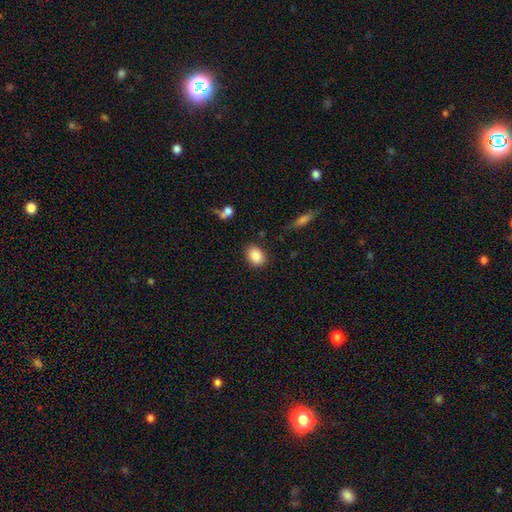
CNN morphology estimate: smooth-or-featured: smooth: 88% | star or artifact: 8% | featured or disk: 4%
  how-rounded: in between: 65% | round: 33% | cigar-shaped: 1%
  merging: none: 85% | minor disturbance: 10% | major disturbance: 3% | merger: 2%